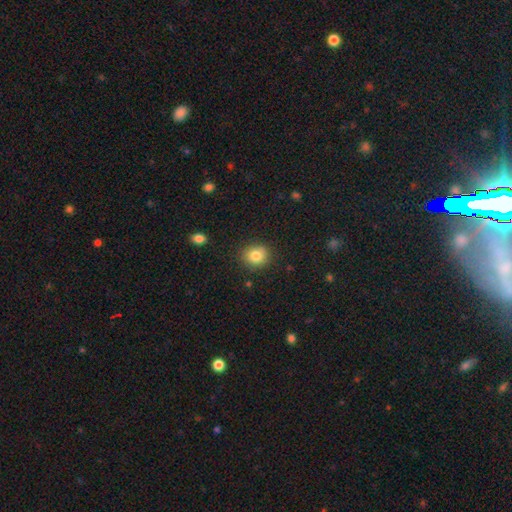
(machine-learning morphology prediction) Smooth or featured: smooth — 82% (star or artifact — 10%)
How rounded: round — 79% (in between — 20%)
Merging: none — 86% (minor disturbance — 10%)